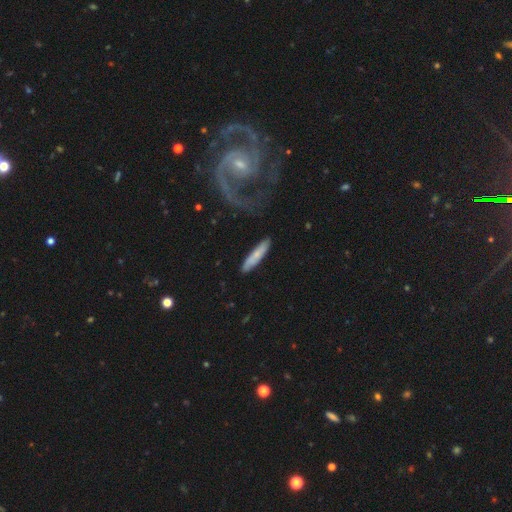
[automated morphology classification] type=smooth (65%); roundness=cigar-shaped (83%); merging=none (82%).